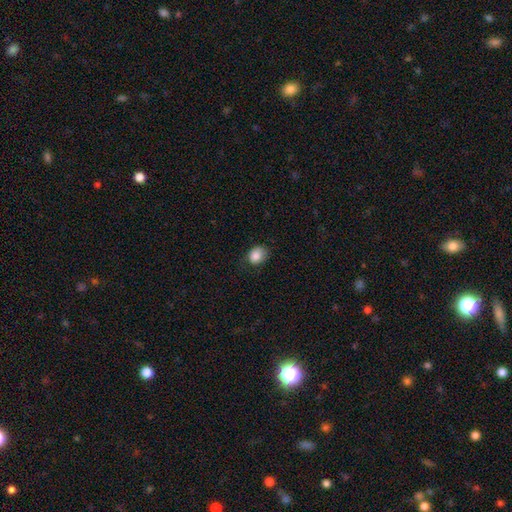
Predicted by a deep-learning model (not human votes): A smooth galaxy with no disk features (86%) that is in between round and cigar-shaped (51%). Merging: none (64%).